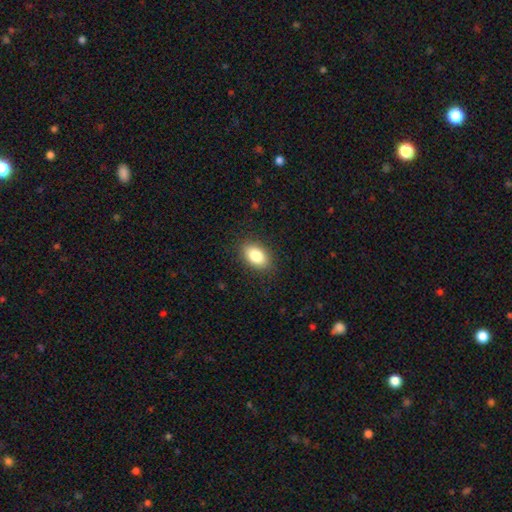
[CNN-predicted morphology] smooth_or_featured: smooth (p=0.84) [alt: star or artifact p=0.08]
how_rounded: in between (p=0.88) [alt: round p=0.10]
merging: none (p=0.87) [alt: minor disturbance p=0.09]